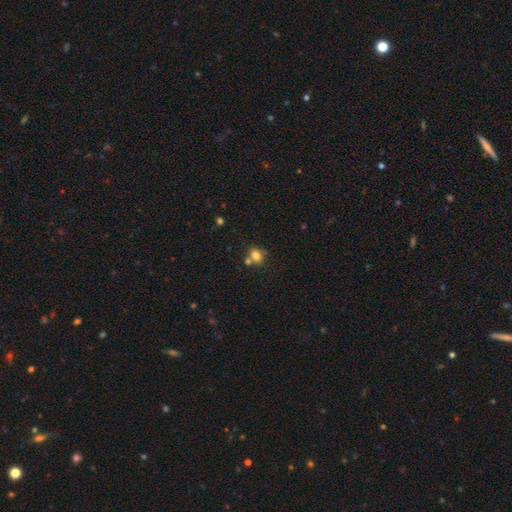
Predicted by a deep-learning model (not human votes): Smooth or featured? Predicted: smooth (p=0.77). How rounded? Predicted: in between (p=0.53). Merging? Predicted: none (p=0.52).